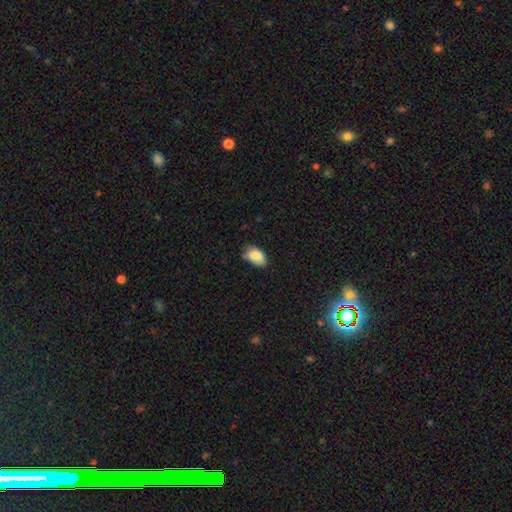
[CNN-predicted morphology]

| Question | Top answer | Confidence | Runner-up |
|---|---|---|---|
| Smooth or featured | smooth | 84% | featured or disk (8%) |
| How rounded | in between | 92% | round (6%) |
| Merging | none | 55% | minor disturbance (35%) |